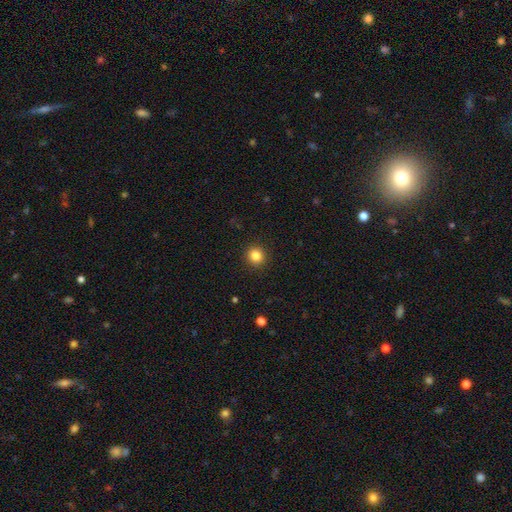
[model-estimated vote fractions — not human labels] Overall: smooth (84%). How rounded: round (90%). Merging: none (92%).